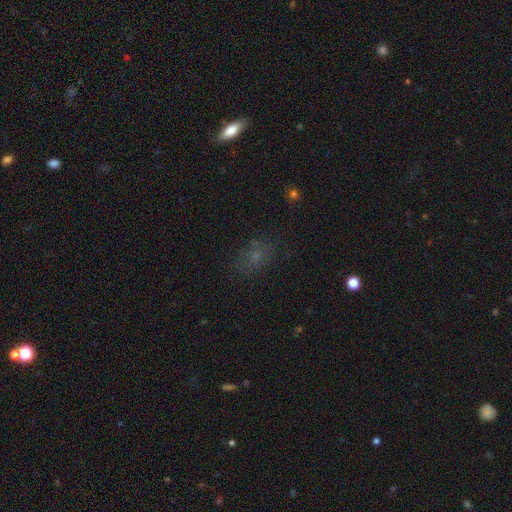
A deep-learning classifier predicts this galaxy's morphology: Smooth or featured?
  - smooth: 55% *
  - star or artifact: 31%
  - featured or disk: 14%
How rounded?
  - in between: 61% *
  - round: 36%
  - cigar-shaped: 3%
Merging?
  - none: 73% *
  - minor disturbance: 16%
  - major disturbance: 8%
  - merger: 3%